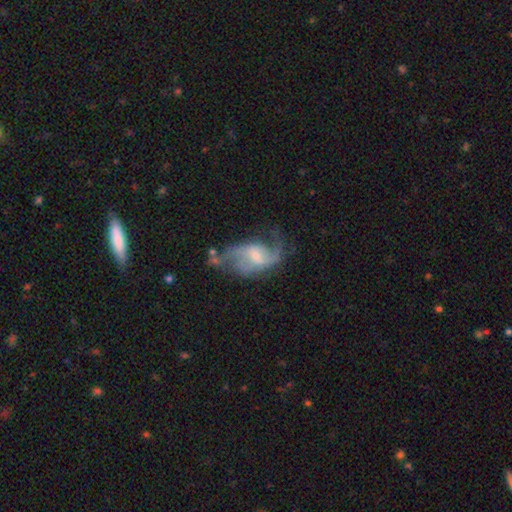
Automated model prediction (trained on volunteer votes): This is clearly a featured or disk galaxy (82%). It is clearly not viewed edge-on (97%). Bar: possibly weak (52%). Spiral arm pattern: clearly yes (93%). Spiral arm count: likely 2 (75%). Spiral winding: possibly loose (57%). Central bulge: possibly small (54%). Merging: possibly none (50%).